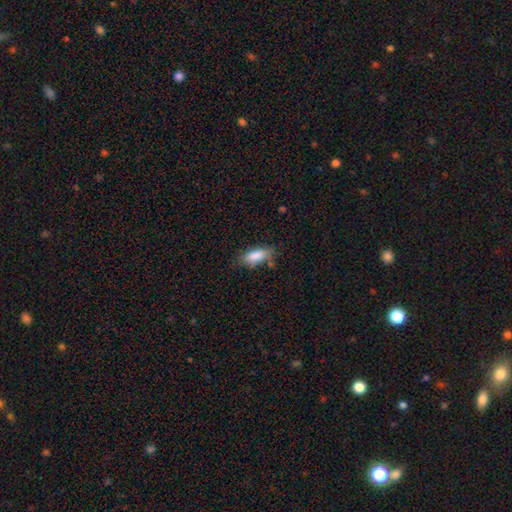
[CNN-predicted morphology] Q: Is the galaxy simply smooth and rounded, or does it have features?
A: smooth — 84%.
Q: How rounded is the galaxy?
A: in between — 77%.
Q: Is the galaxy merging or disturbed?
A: none — 70%.